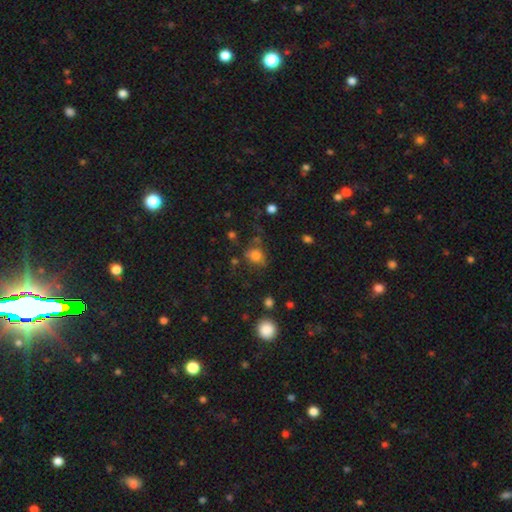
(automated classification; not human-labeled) Smooth or featured: smooth — 73% (star or artifact — 16%)
How rounded: round — 58% (in between — 41%)
Merging: none — 56% (minor disturbance — 23%)